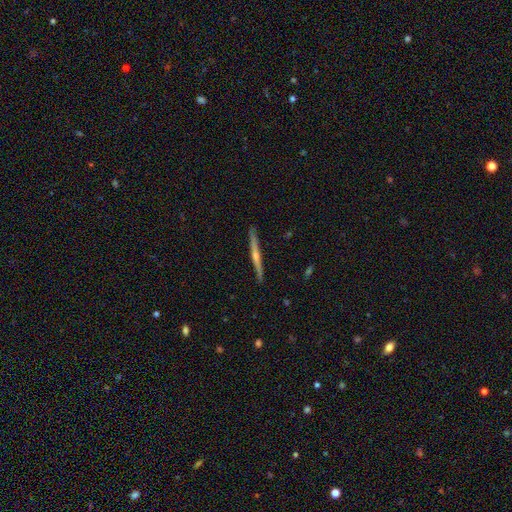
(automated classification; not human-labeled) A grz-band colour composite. It shows a featured or disk galaxy (72%) viewed edge-on (97%) with a rounded central bulge (73%). Merging: none (90%).